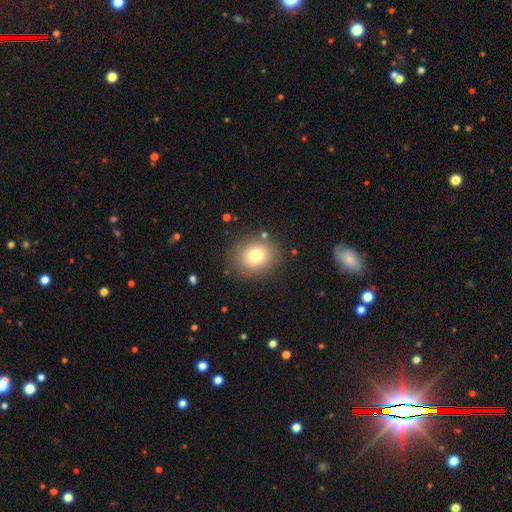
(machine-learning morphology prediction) type=smooth (76%); roundness=round (68%); merging=none (84%).